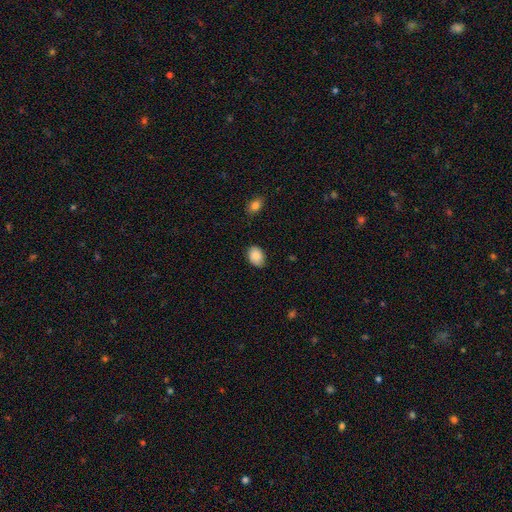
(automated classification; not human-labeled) Q: Smooth or featured?
A: smooth (88%); runner-up: star or artifact (7%)
Q: How rounded?
A: in between (73%); runner-up: round (26%)
Q: Merging?
A: none (81%); runner-up: minor disturbance (15%)